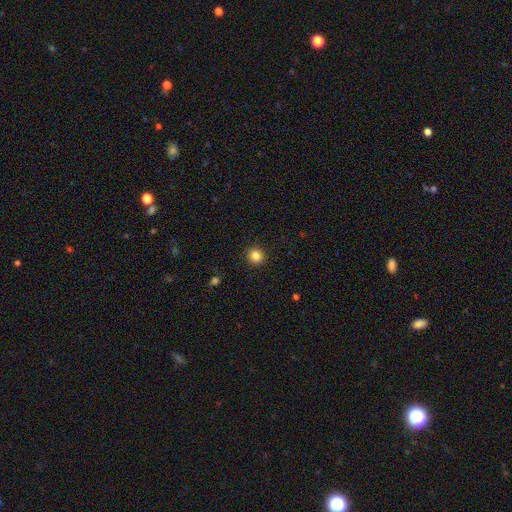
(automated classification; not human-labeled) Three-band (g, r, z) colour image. It shows a smooth galaxy with no disk features (84%) that is round (94%). Merging: none (93%).